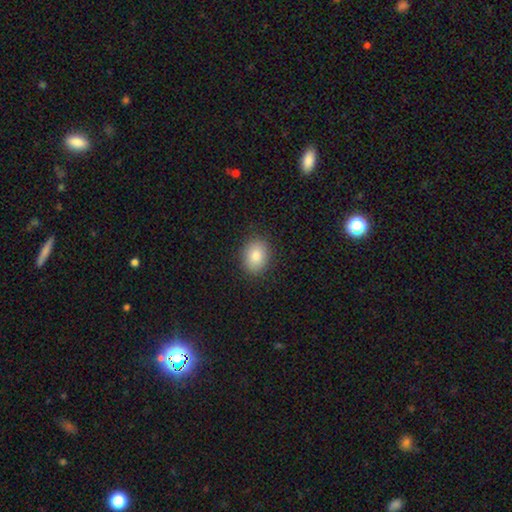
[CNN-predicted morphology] Overall: smooth (84%). How rounded: in between (57%; round 42%). Merging: none (89%).